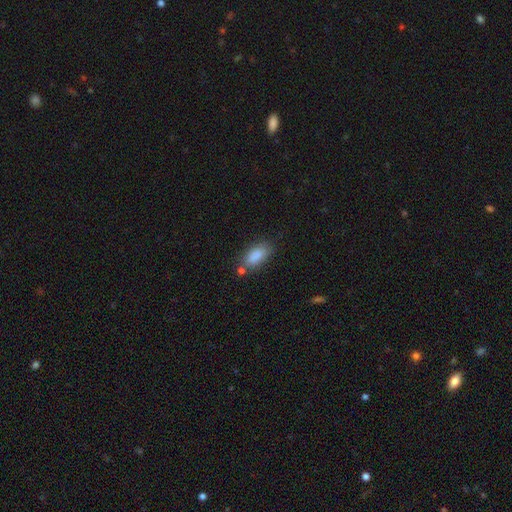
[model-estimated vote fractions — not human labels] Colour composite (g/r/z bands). It shows a smooth galaxy with no disk features (85%) that is in between round and cigar-shaped (88%). Merging: none (65%).